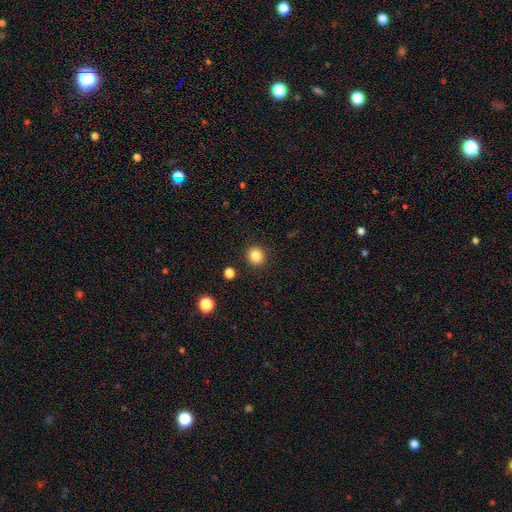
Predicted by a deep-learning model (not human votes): Q: Smooth or featured?
A: smooth (85%); runner-up: star or artifact (11%)
Q: How rounded?
A: round (88%); runner-up: in between (11%)
Q: Merging?
A: none (91%); runner-up: minor disturbance (6%)